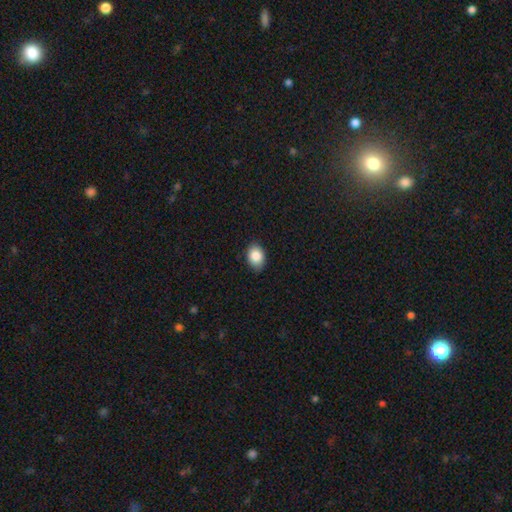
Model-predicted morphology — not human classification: This appears to be a smooth galaxy with no disk features (86%) that is in between round and cigar-shaped (80%). Merging: none (84%).